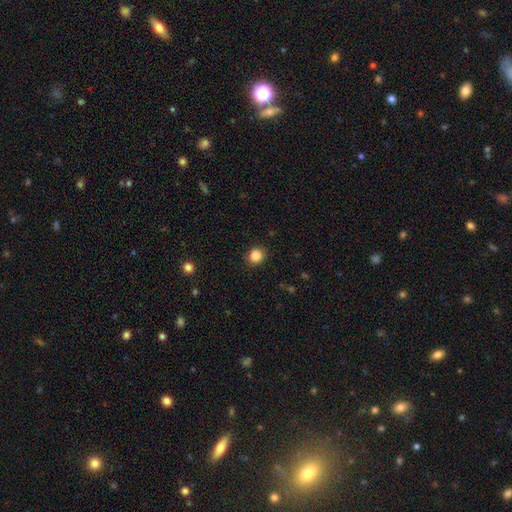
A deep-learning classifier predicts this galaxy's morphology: The model was most divided on "how rounded": round: 82%, in between: 17%, cigar-shaped: 1%. More confident: merging — none (90%); smooth or featured — smooth (86%).